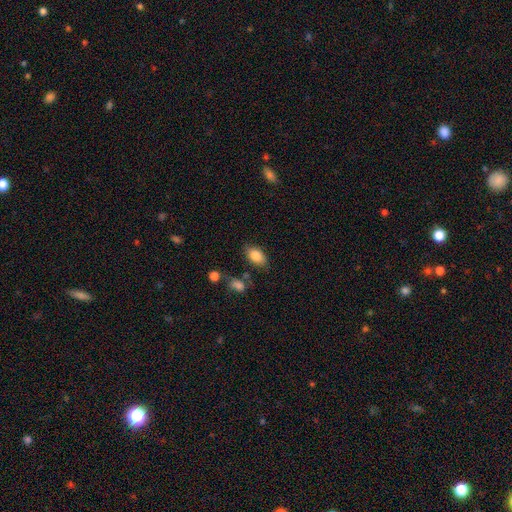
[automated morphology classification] smooth-or-featured: smooth: 84% | featured or disk: 8% | star or artifact: 8%
  how-rounded: in between: 88% | round: 10% | cigar-shaped: 2%
  merging: none: 76% | minor disturbance: 16% | major disturbance: 4% | merger: 4%